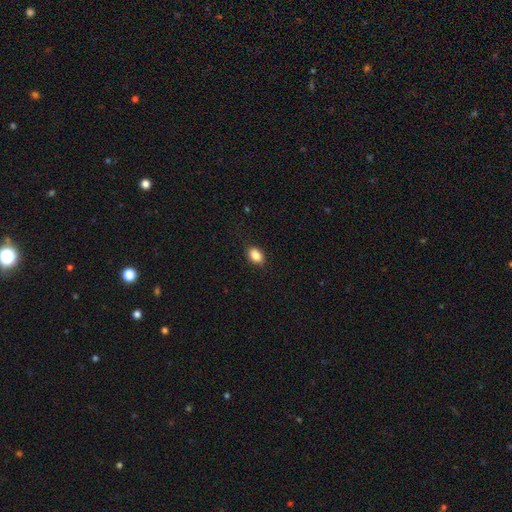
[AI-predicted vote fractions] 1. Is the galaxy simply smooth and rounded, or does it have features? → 86% smooth, 8% star or artifact, 6% featured or disk.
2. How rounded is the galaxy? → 83% in between, 16% round, 2% cigar-shaped.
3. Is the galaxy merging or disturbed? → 86% none, 11% minor disturbance, 2% major disturbance, 1% merger.